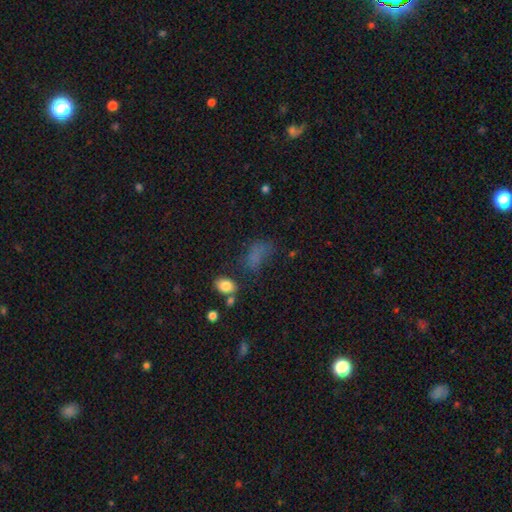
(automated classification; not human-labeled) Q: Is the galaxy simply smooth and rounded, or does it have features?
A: smooth — 67%.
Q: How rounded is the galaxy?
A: in between — 82%.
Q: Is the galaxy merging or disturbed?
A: none — 41%.